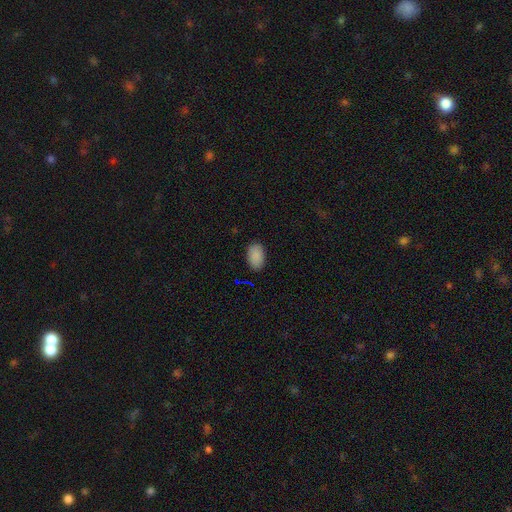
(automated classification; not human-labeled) smooth 89%, star or artifact 8%, featured or disk 3%. Down the decision tree: how rounded — in between (90%); merging — none (85%).